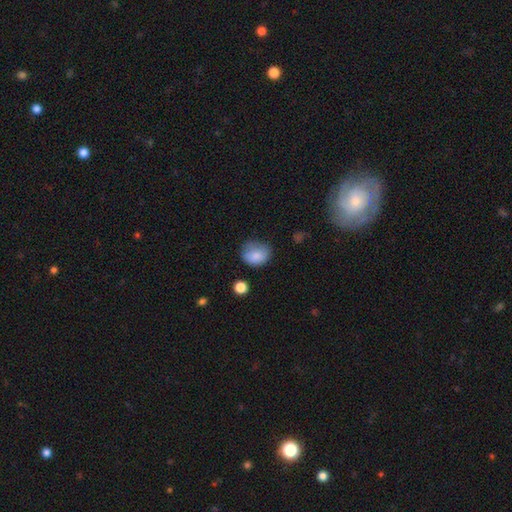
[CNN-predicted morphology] Smooth or featured? Predicted: smooth (p=0.83). How rounded? Predicted: in between (p=0.50). Merging? Predicted: none (p=0.55).